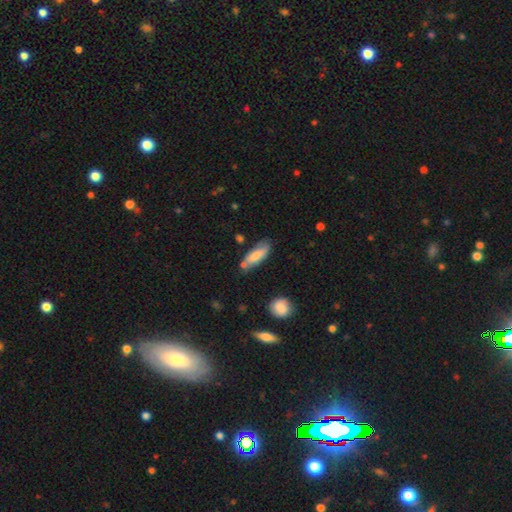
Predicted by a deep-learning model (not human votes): smooth_or_featured: smooth (p=0.74) [alt: featured or disk p=0.19]
how_rounded: in between (p=0.58) [alt: cigar-shaped p=0.40]
merging: none (p=0.63) [alt: minor disturbance p=0.23]